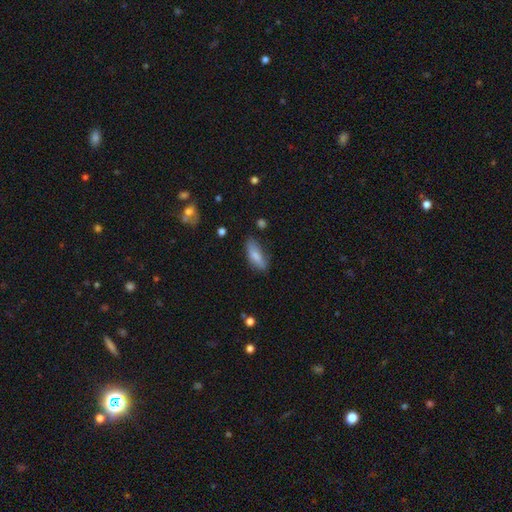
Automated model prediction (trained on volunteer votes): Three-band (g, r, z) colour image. It shows a smooth galaxy with no disk features (77%) that is in between round and cigar-shaped (69%). Merging: none (71%).